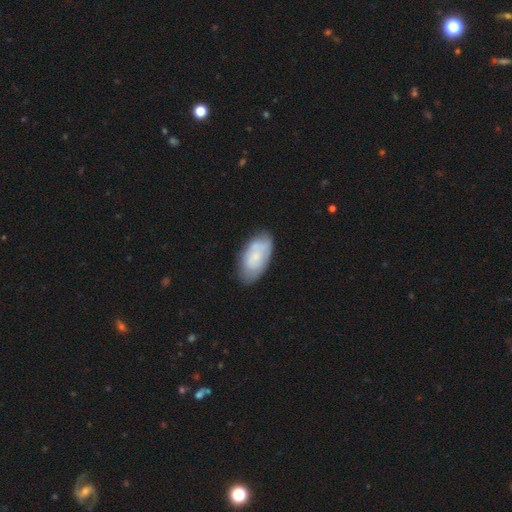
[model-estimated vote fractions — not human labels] This appears to be a smooth galaxy with no disk features (55%) that is in between round and cigar-shaped (94%). Merging: none (69%).